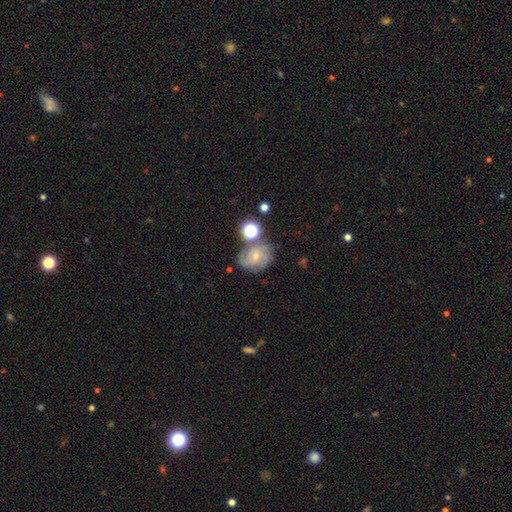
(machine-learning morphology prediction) Smooth or featured: featured or disk — 61% (smooth — 26%)
Edge-on disk: no — 97% (yes — 3%)
Bar: no — 70% (weak — 25%)
Spiral arms: yes — 89% (no — 11%)
Spiral winding: tight — 48% (medium — 39%)
Spiral arm count: can't tell — 32% (3 — 26%)
Bulge size: small — 69% (moderate — 25%)
Merging: none — 59% (minor disturbance — 20%)